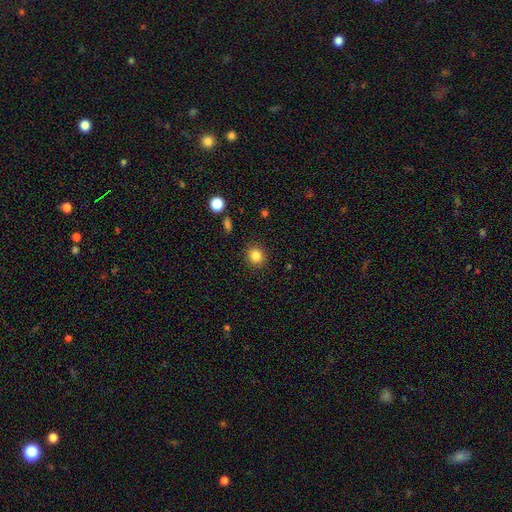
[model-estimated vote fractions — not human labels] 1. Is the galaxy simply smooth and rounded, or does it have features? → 84% smooth, 11% star or artifact, 5% featured or disk.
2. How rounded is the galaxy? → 86% round, 13% in between, 1% cigar-shaped.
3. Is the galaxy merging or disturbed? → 90% none, 6% minor disturbance, 2% major disturbance, 1% merger.